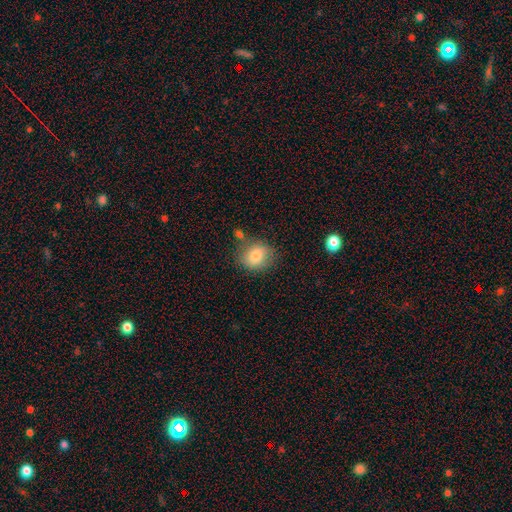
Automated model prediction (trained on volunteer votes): Smooth or featured: smooth — 81% (featured or disk — 11%)
How rounded: round — 66% (in between — 33%)
Merging: none — 73% (minor disturbance — 16%)